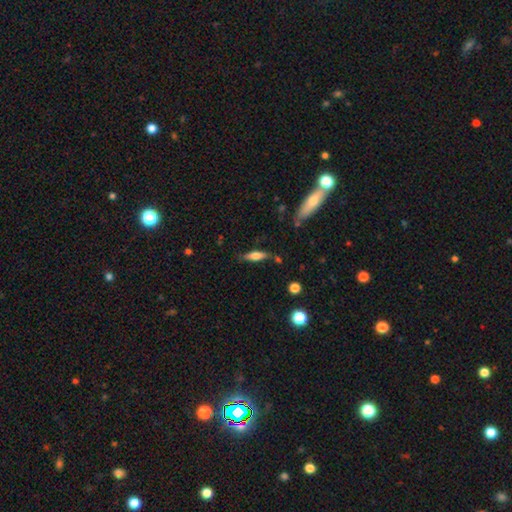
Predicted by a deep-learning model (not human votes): A smooth galaxy with no disk features (62%) that is cigar-shaped (55%). Merging: none (73%).